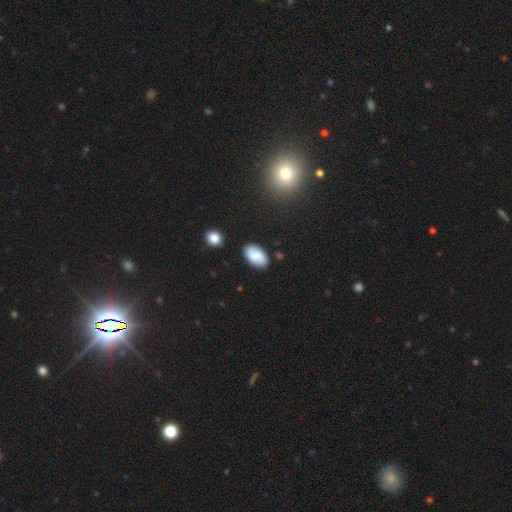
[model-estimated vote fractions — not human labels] Smooth or featured?
  - smooth: 60% *
  - featured or disk: 32%
  - star or artifact: 8%
How rounded?
  - in between: 92% *
  - round: 6%
  - cigar-shaped: 1%
Merging?
  - none: 82% *
  - minor disturbance: 13%
  - major disturbance: 3%
  - merger: 3%